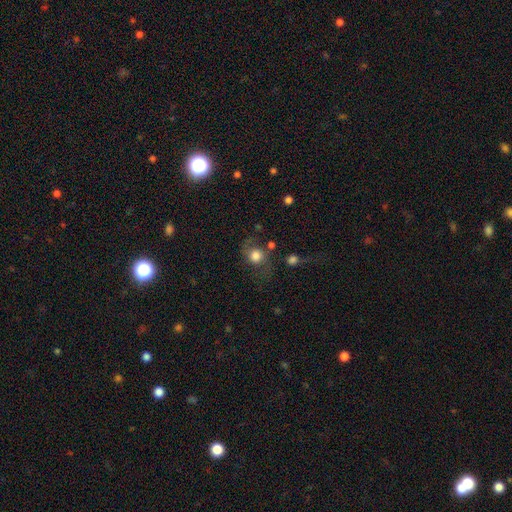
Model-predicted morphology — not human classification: smooth 66%, featured or disk 23%, star or artifact 10%. Down the decision tree: how rounded — round (75%); merging — none (49%).